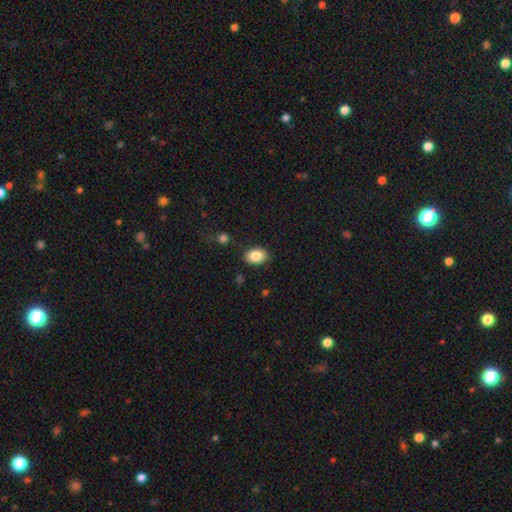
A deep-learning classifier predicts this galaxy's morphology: A smooth galaxy with no disk features (84%) that is in between round and cigar-shaped (82%).

Vote fractions:
- Smooth or featured? smooth: 84% / featured or disk: 8% / star or artifact: 8%
- How rounded? in between: 82% / round: 17% / cigar-shaped: 1%
- Merging? none: 84% / minor disturbance: 11% / major disturbance: 3% / merger: 2%